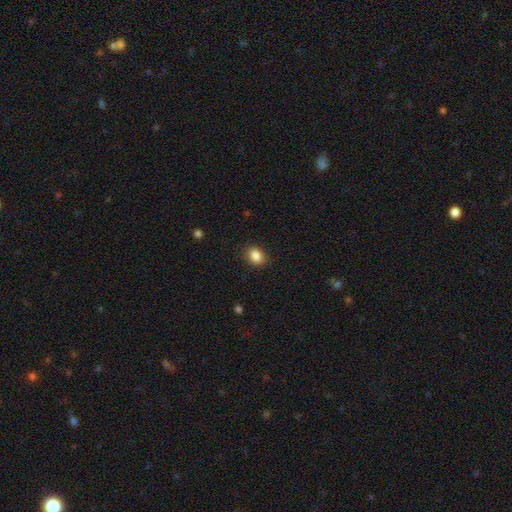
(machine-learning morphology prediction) The model was most divided on "how rounded": in between: 68%, round: 31%, cigar-shaped: 1%. More confident: smooth or featured — smooth (87%); merging — none (86%).